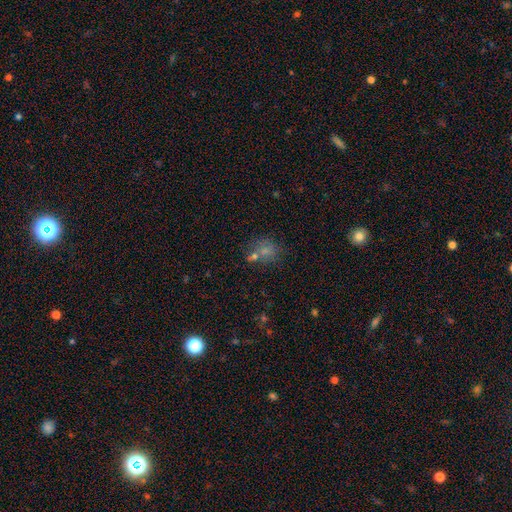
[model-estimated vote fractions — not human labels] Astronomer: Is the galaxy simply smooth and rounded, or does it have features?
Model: smooth — 55% (runner-up: star or artifact, 31%).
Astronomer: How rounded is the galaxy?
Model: round — 74%.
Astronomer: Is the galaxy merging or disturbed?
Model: none — 60%.